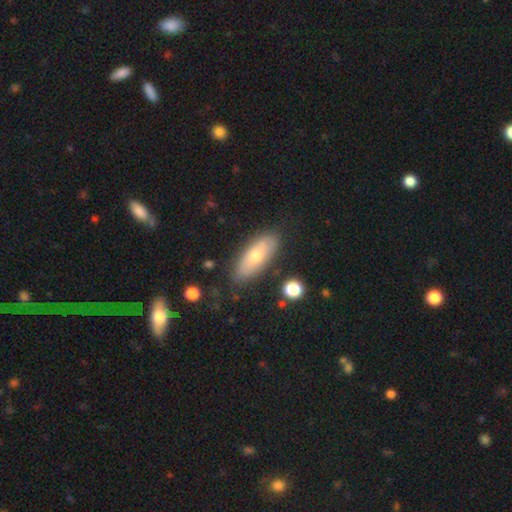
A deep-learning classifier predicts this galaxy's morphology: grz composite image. It shows a smooth galaxy with no disk features (61%) that is in between round and cigar-shaped (74%). Merging: none (81%).